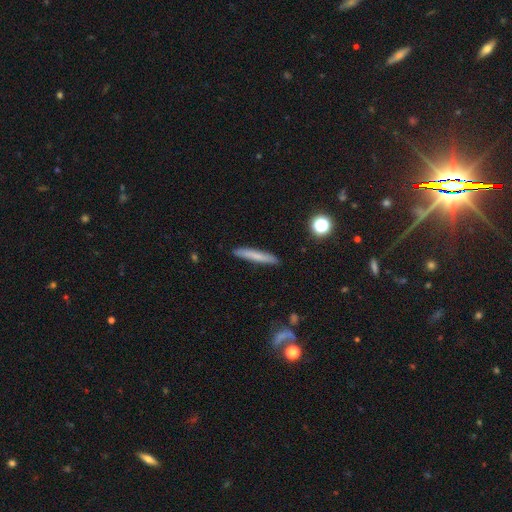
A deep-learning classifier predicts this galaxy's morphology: The model was most divided on "smooth or featured": smooth: 68%, featured or disk: 24%, star or artifact: 7%. More confident: how rounded — cigar-shaped (94%); merging — none (89%).